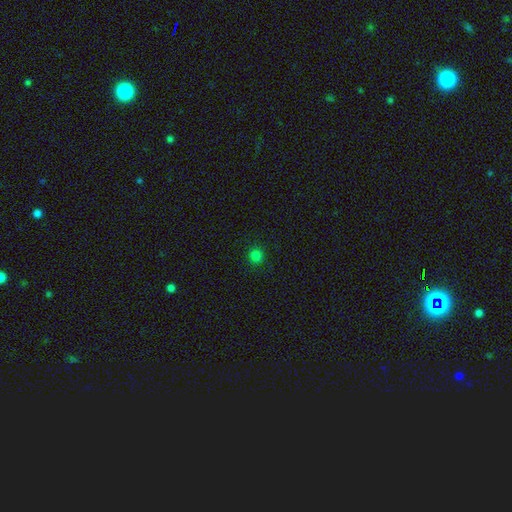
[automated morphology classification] Overall: smooth (81%). How rounded: round (92%). Merging: none (91%).